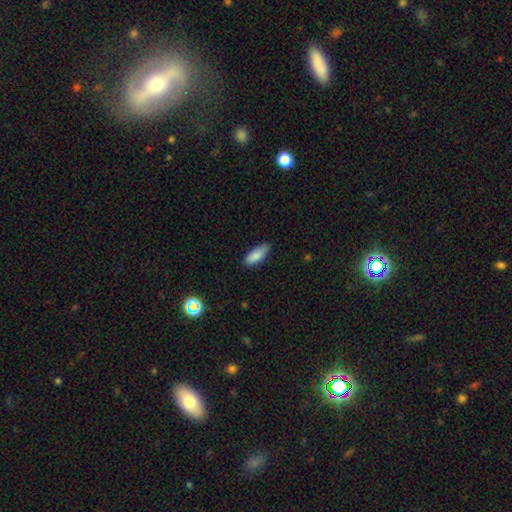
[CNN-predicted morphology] Overall: smooth (86%). How rounded: in between (76%). Merging: none (80%).